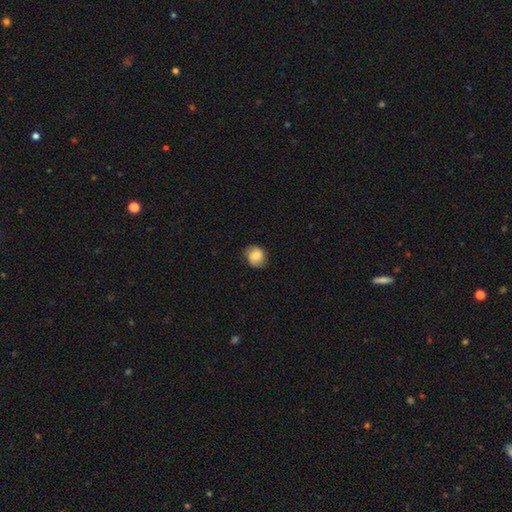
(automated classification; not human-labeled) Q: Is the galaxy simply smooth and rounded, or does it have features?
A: smooth — 79%.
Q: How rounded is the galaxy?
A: round — 74%.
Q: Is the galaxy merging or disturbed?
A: none — 79%.